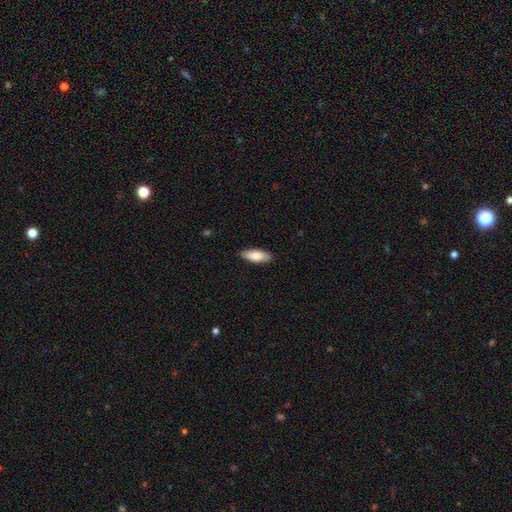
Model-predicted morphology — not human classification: Smooth or featured: smooth — 81% (featured or disk — 14%)
How rounded: in between — 73% (cigar-shaped — 25%)
Merging: none — 88% (minor disturbance — 9%)